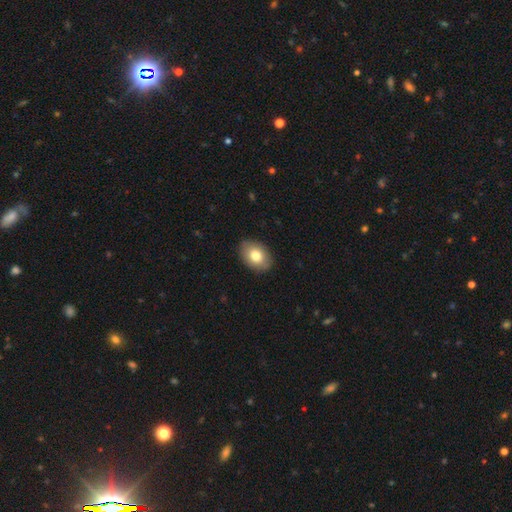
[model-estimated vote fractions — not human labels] This appears to be a smooth galaxy with no disk features (79%) that is in between round and cigar-shaped (80%). Merging: none (87%).